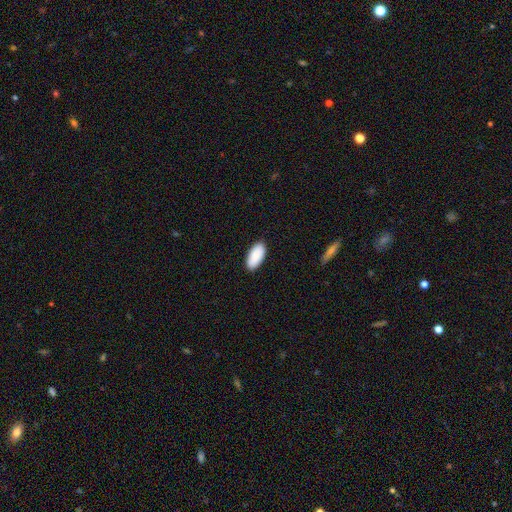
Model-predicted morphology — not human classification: Smooth or featured: smooth — 89% (star or artifact — 6%)
How rounded: in between — 94% (cigar-shaped — 5%)
Merging: none — 89% (minor disturbance — 8%)